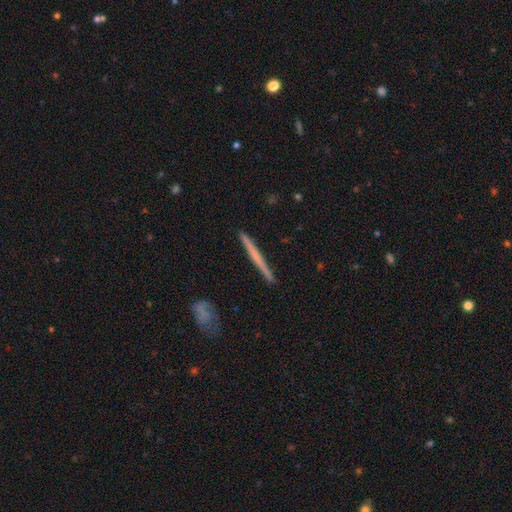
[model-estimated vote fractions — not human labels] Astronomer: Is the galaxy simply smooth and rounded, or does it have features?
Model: featured or disk — 50% (runner-up: smooth, 45%).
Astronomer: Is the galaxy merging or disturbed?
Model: none — 92%.